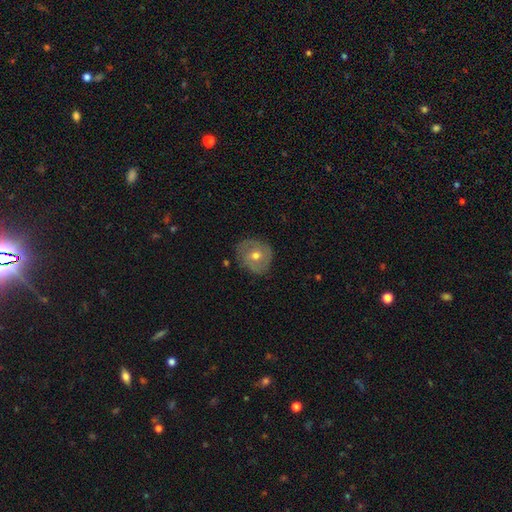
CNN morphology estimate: Smooth or featured? Predicted: featured or disk (p=0.56). Edge-on disk? Predicted: no (p=0.96). Bar? Predicted: no (p=0.72). Spiral arms? Predicted: yes (p=0.67). Bulge size? Predicted: moderate (p=0.75). Merging? Predicted: none (p=0.76).